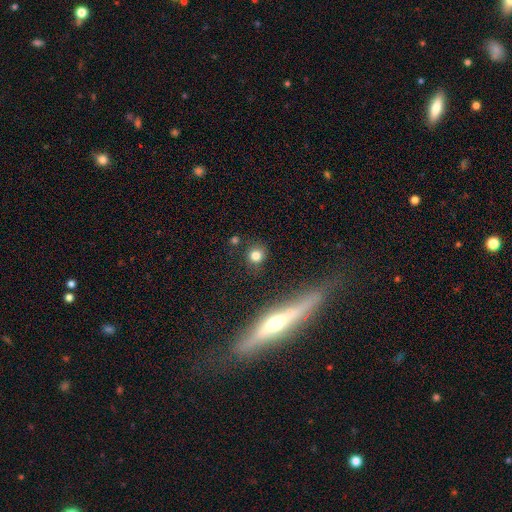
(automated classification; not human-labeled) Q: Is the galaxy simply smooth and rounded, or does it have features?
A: smooth — 79%.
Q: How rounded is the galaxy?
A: round — 87%.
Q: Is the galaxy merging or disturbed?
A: none — 84%.